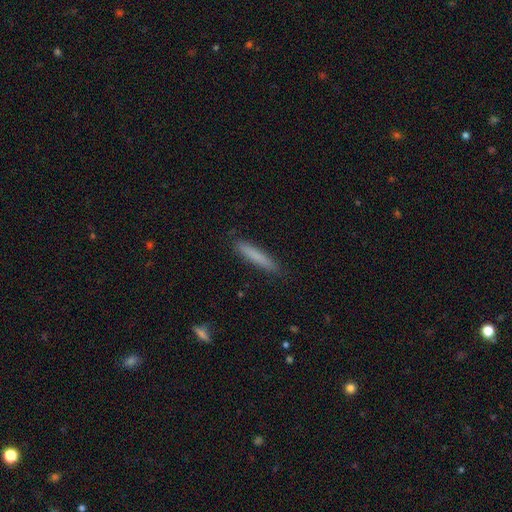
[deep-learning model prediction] Smooth or featured?
  - smooth: 79% *
  - featured or disk: 15%
  - star or artifact: 7%
How rounded?
  - cigar-shaped: 93% *
  - in between: 6%
  - round: 1%
Merging?
  - none: 88% *
  - minor disturbance: 9%
  - major disturbance: 2%
  - merger: 1%